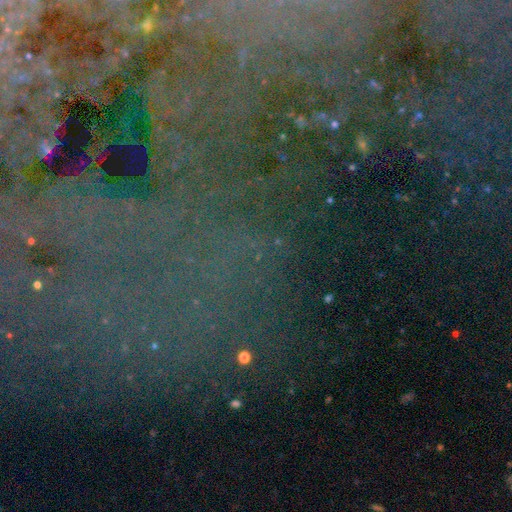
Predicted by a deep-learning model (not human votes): Morphology: type=star or artifact (74%).